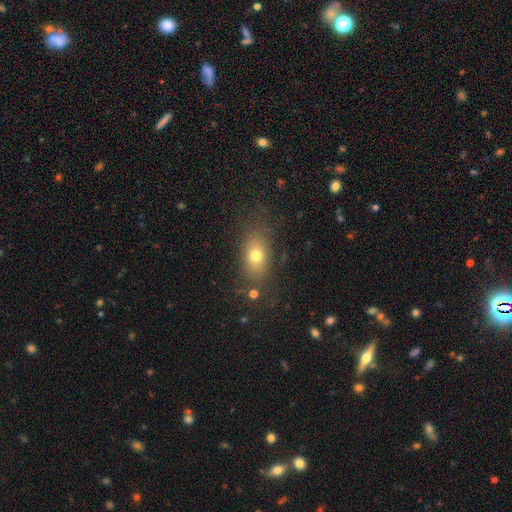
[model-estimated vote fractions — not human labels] Q: Smooth or featured?
A: smooth (73%); runner-up: featured or disk (15%)
Q: How rounded?
A: in between (77%); runner-up: round (19%)
Q: Merging?
A: none (74%); runner-up: minor disturbance (15%)